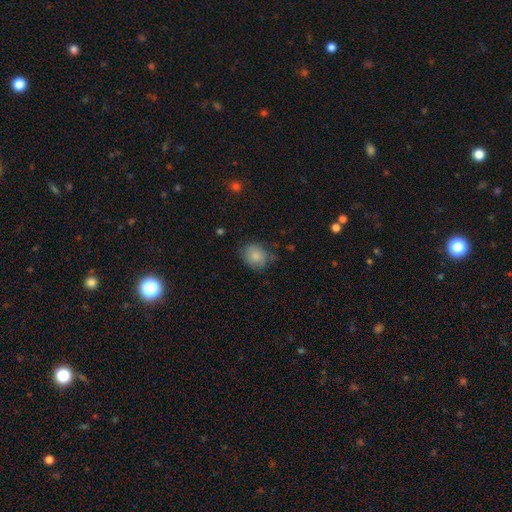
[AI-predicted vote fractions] This appears to be a smooth galaxy with no disk features (82%) that is round (56%). Merging: none (68%).